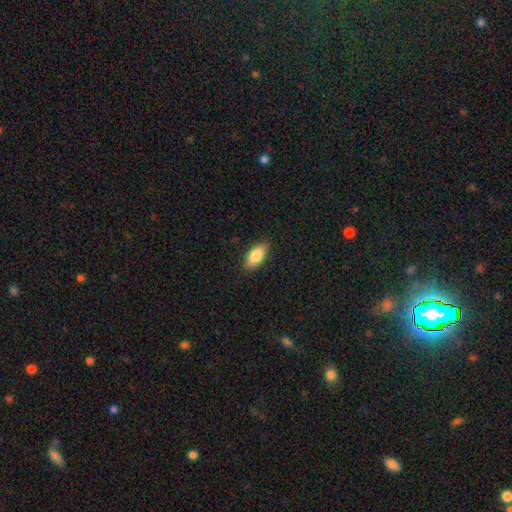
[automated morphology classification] Smooth or featured? smooth (86%)
How rounded? in between (91%)
Merging? none (87%)